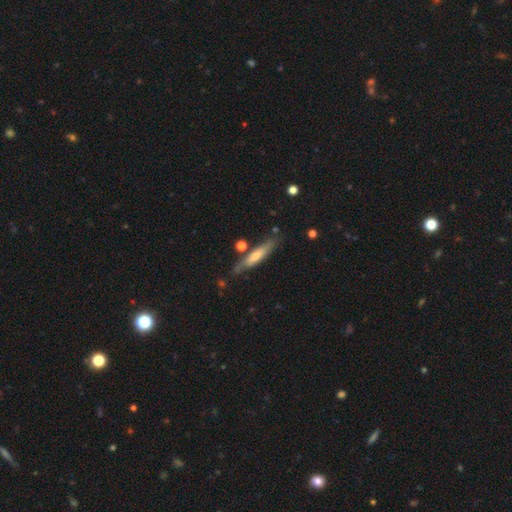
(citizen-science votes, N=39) Morphology: type=smooth (56%); roundness=cigar-shaped (86%); merging=none (72%).